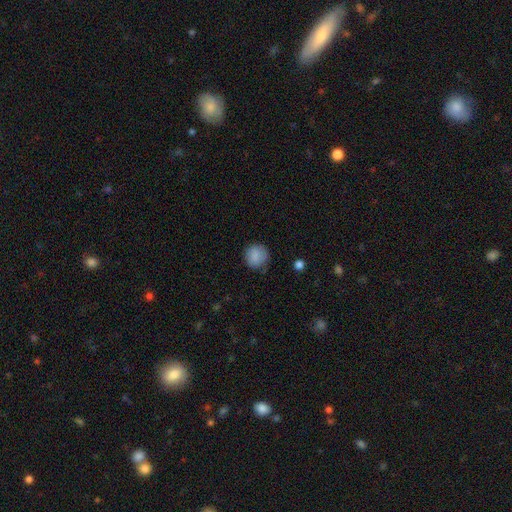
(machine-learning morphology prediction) A smooth galaxy with no disk features (84%) that is round (89%).

Vote fractions:
- Smooth or featured? smooth: 84% / featured or disk: 8% / star or artifact: 8%
- How rounded? round: 89% / in between: 10% / cigar-shaped: 1%
- Merging? none: 81% / minor disturbance: 14% / major disturbance: 4% / merger: 1%